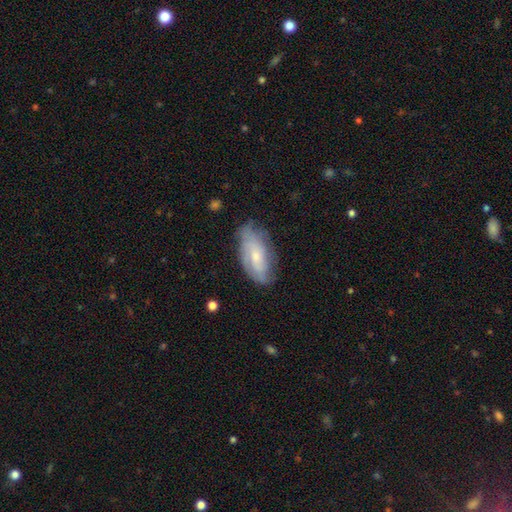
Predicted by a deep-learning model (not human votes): Smooth or featured: featured or disk — 52% (smooth — 41%)
Edge-on disk: no — 90% (yes — 10%)
Merging: none — 68% (minor disturbance — 24%)